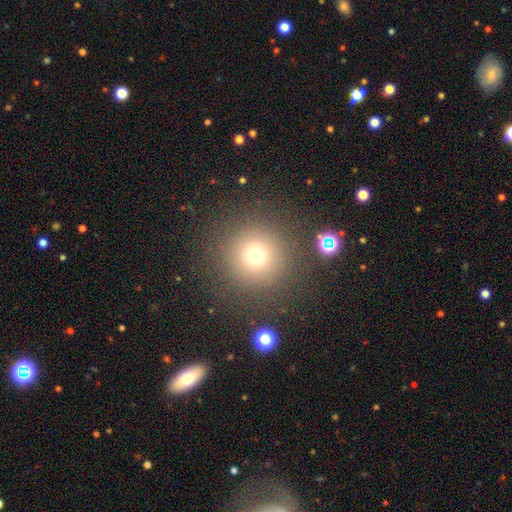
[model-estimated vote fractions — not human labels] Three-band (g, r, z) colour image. It shows a smooth galaxy with no disk features (70%) that is round (96%). Merging: none (87%).